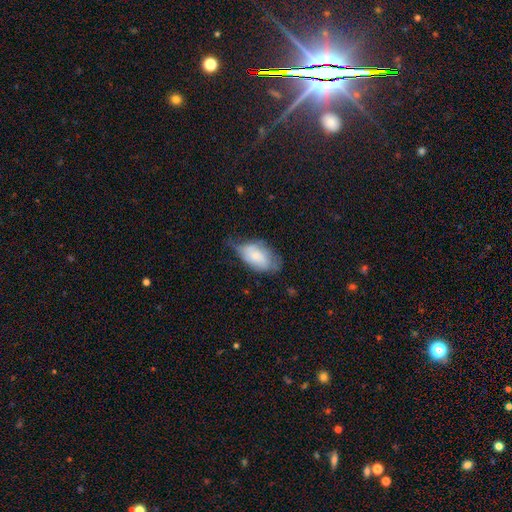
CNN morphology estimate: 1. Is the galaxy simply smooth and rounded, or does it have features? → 64% smooth, 29% featured or disk, 7% star or artifact.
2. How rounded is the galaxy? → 92% in between, 5% round, 2% cigar-shaped.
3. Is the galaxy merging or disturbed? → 44% minor disturbance, 32% none, 21% major disturbance, 3% merger.